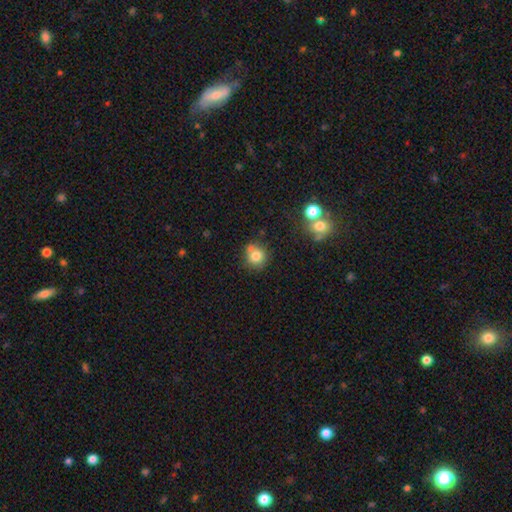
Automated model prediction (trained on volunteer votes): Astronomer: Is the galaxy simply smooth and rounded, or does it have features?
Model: smooth — 78%.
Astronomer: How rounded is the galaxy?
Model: round — 84%.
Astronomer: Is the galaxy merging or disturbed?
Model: none — 63%.